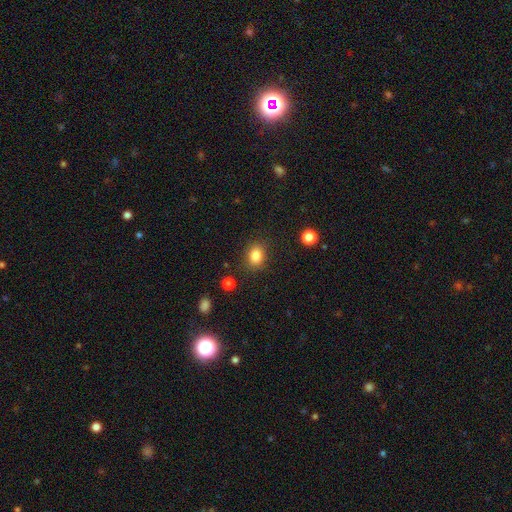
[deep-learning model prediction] smooth 84%, star or artifact 10%, featured or disk 6%. Down the decision tree: how rounded — in between (53%); merging — none (85%).